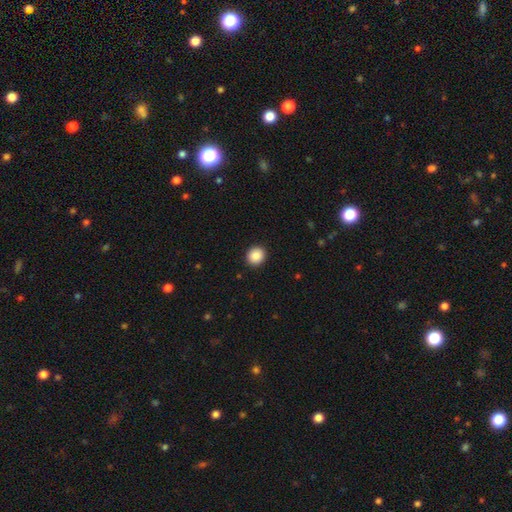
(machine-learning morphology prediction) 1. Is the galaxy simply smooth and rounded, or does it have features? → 88% smooth, 8% star or artifact, 3% featured or disk.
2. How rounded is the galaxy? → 84% round, 15% in between, 1% cigar-shaped.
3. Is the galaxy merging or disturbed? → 92% none, 5% minor disturbance, 2% major disturbance, 1% merger.